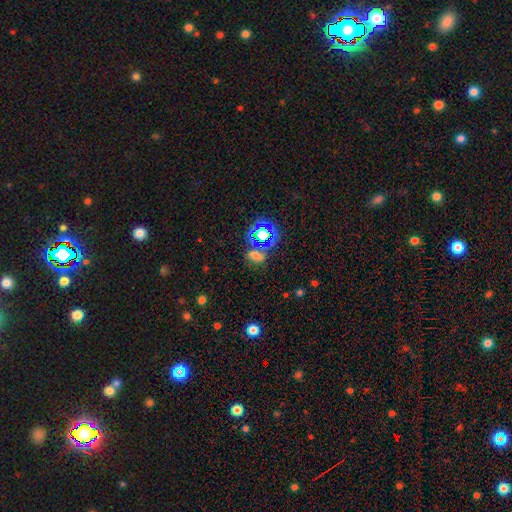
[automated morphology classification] This is possibly a smooth galaxy (47%). Merging: likely none (62%).